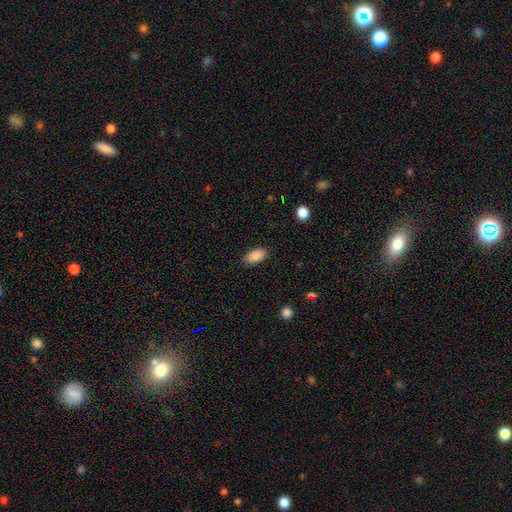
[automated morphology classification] Overall: smooth (89%). How rounded: in between (93%). Merging: none (87%).